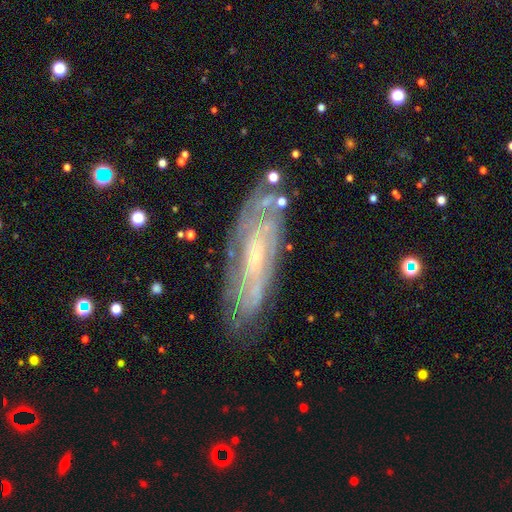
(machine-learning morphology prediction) type=featured or disk (78%); edge-on=no (80%); bar=no (60%); spiral arms=yes (88%); winding=tight (69%); arm count=can't tell (57%); bulge=small (72%); merging=none (74%).